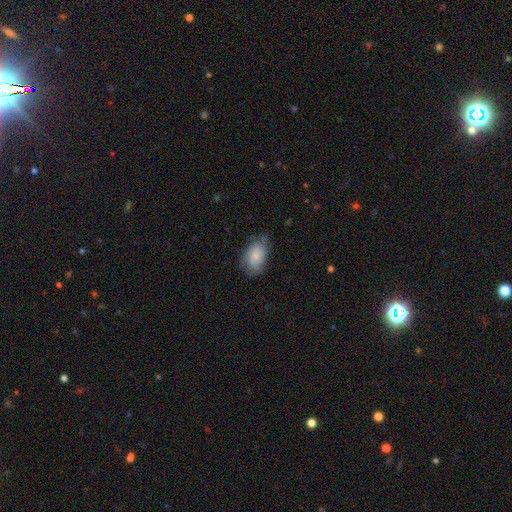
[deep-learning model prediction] Smooth or featured?
  - smooth: 79% *
  - featured or disk: 14%
  - star or artifact: 7%
How rounded?
  - in between: 90% *
  - round: 9%
  - cigar-shaped: 2%
Merging?
  - none: 59% *
  - minor disturbance: 31%
  - major disturbance: 9%
  - merger: 2%